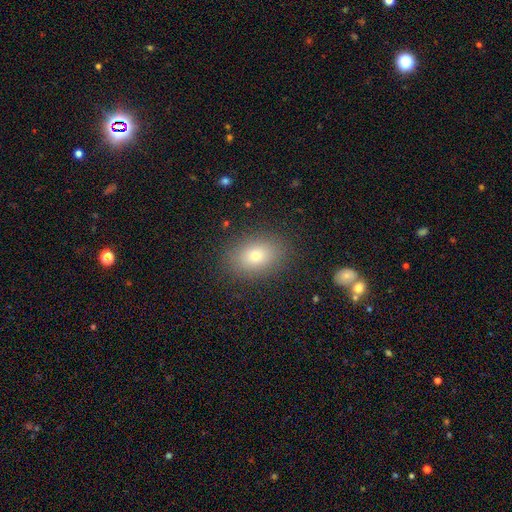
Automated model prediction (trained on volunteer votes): A smooth galaxy with no disk features (77%) that is in between round and cigar-shaped (75%). Merging: none (86%).